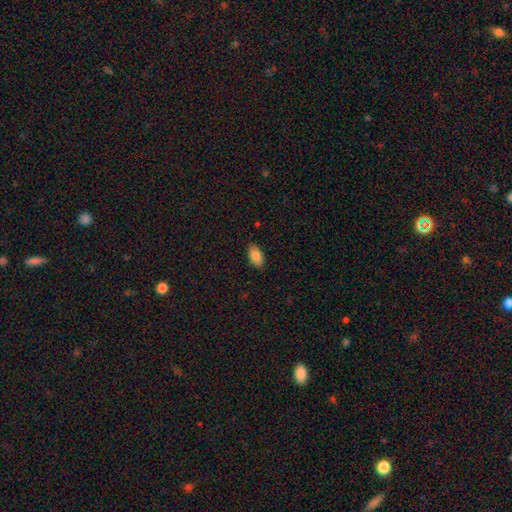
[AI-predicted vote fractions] This appears to be a smooth galaxy with no disk features (86%) that is in between round and cigar-shaped (94%). Merging: none (88%).